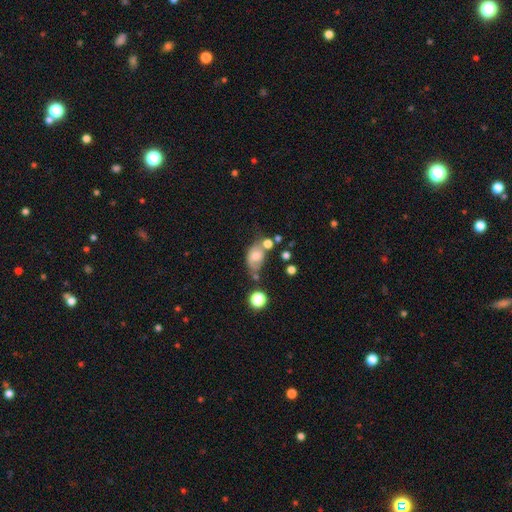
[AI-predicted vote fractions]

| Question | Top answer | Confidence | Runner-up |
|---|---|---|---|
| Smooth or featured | smooth | 63% | featured or disk (25%) |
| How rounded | in between | 76% | round (23%) |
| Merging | none | 34% | minor disturbance (26%) |